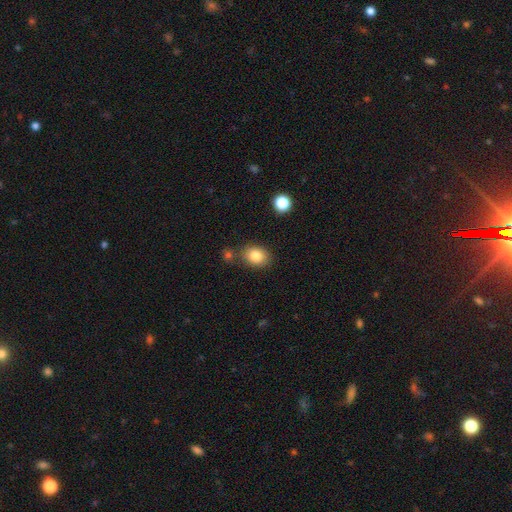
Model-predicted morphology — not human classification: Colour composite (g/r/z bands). It shows a smooth galaxy with no disk features (83%) that is in between round and cigar-shaped (61%). Merging: none (76%).